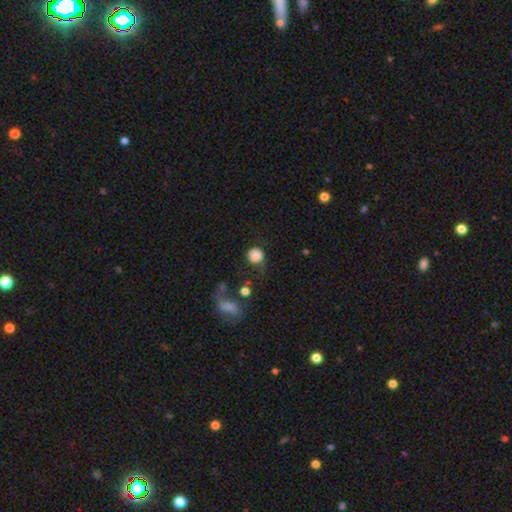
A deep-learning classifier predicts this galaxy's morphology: This is clearly a smooth galaxy (82%). How rounded: clearly round (86%). Merging: possibly none (46%).